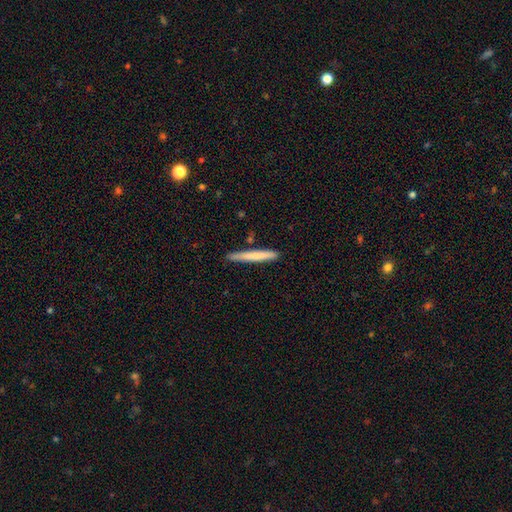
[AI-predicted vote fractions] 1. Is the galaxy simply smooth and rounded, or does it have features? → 72% smooth, 23% featured or disk, 5% star or artifact.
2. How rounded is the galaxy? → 97% cigar-shaped, 2% in between, 1% round.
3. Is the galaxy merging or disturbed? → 86% none, 10% minor disturbance, 2% merger, 2% major disturbance.